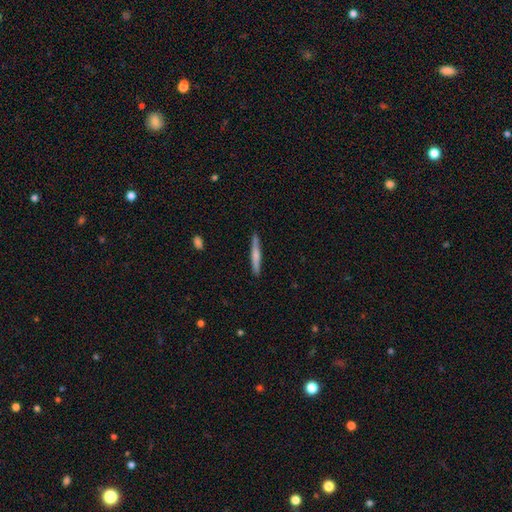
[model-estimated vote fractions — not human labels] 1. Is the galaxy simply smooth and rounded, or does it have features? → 57% smooth, 38% featured or disk, 5% star or artifact.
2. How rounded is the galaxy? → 95% cigar-shaped, 3% in between, 1% round.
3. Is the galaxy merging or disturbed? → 88% none, 9% minor disturbance, 2% major disturbance, 2% merger.